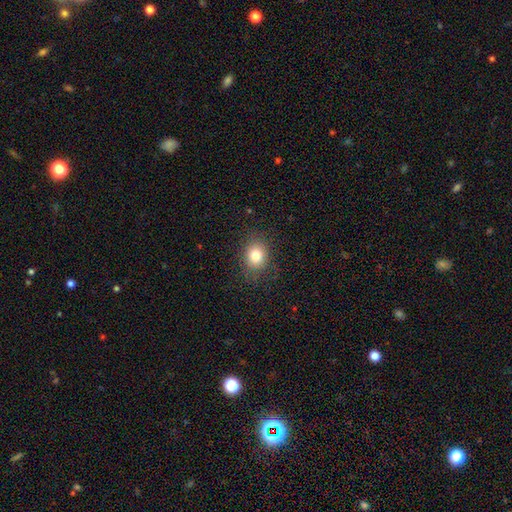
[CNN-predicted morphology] Overall: smooth (80%). How rounded: round (57%; in between 42%). Merging: none (85%).